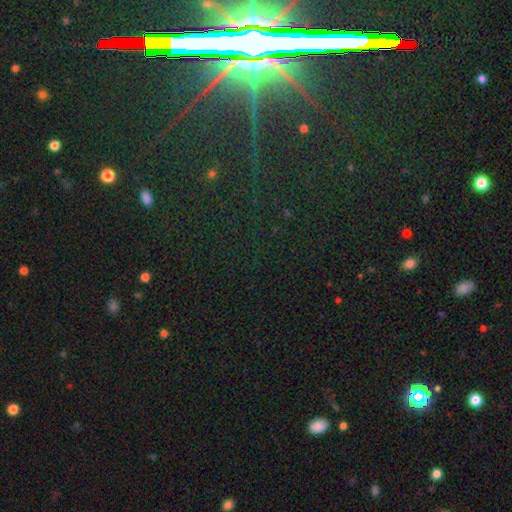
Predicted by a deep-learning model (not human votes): Smooth or featured? star or artifact (75%)